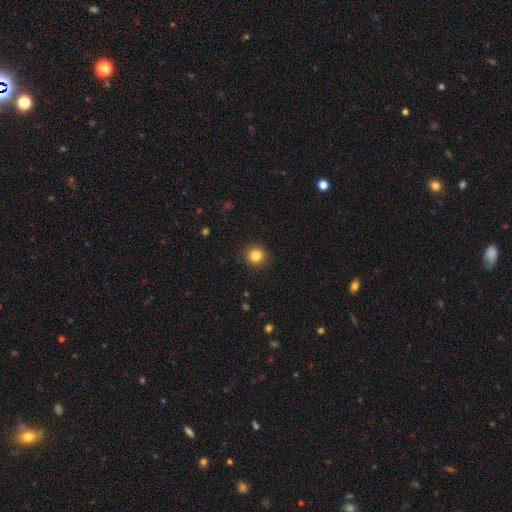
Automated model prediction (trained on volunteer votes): A smooth galaxy with no disk features (84%) that is round (94%).

Vote fractions:
- Smooth or featured? smooth: 84% / star or artifact: 11% / featured or disk: 5%
- How rounded? round: 94% / in between: 5% / cigar-shaped: 1%
- Merging? none: 91% / minor disturbance: 6% / major disturbance: 2% / merger: 1%